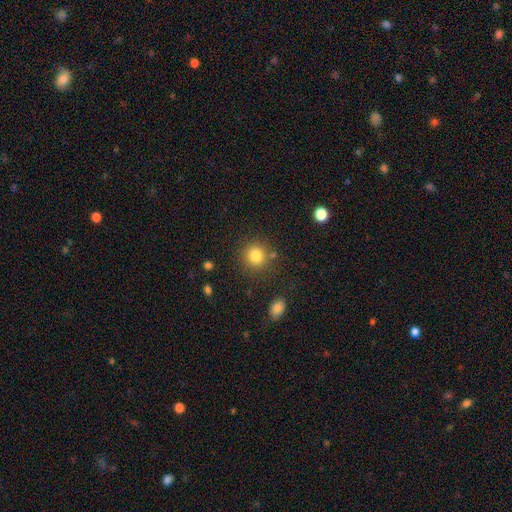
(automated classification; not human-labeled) Smooth or featured? Predicted: smooth (p=0.82). How rounded? Predicted: round (p=0.89). Merging? Predicted: none (p=0.82).